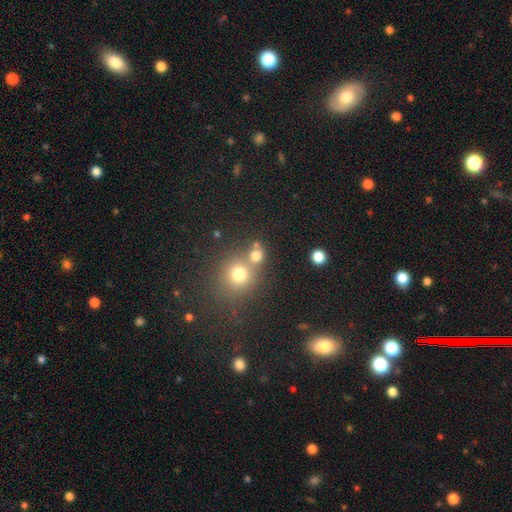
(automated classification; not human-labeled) Smooth or featured? smooth (74%)
How rounded? round (83%)
Merging? none (54%)